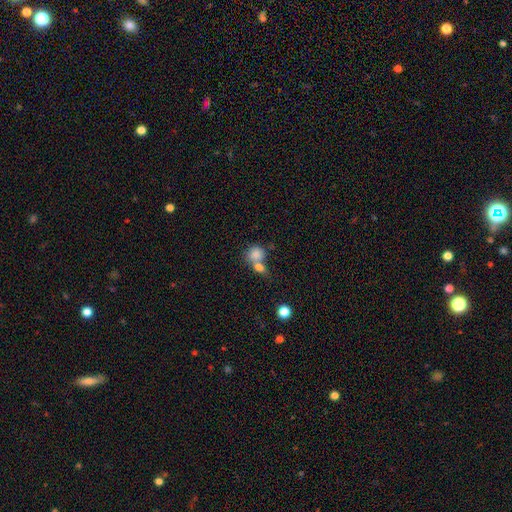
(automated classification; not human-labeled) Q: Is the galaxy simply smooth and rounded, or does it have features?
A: smooth — 81%.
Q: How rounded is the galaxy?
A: round — 70%.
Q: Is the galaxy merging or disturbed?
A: merger — 55%.